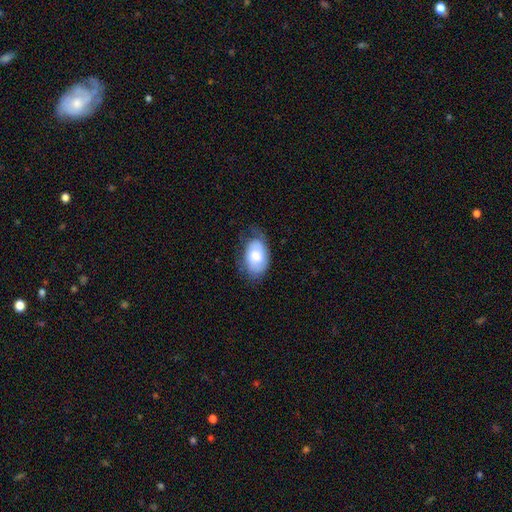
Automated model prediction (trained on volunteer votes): Smooth or featured? smooth (67%)
How rounded? in between (91%)
Merging? none (58%)